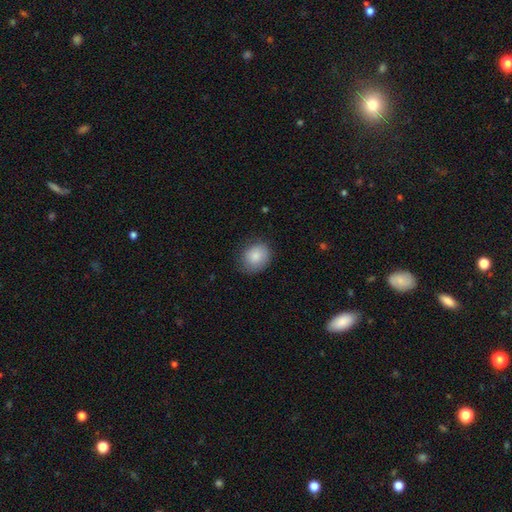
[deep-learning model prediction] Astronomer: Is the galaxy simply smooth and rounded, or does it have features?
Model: smooth — 85%.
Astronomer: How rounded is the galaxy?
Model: round — 60% (runner-up: in between, 39%).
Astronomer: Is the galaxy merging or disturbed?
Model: none — 76%.